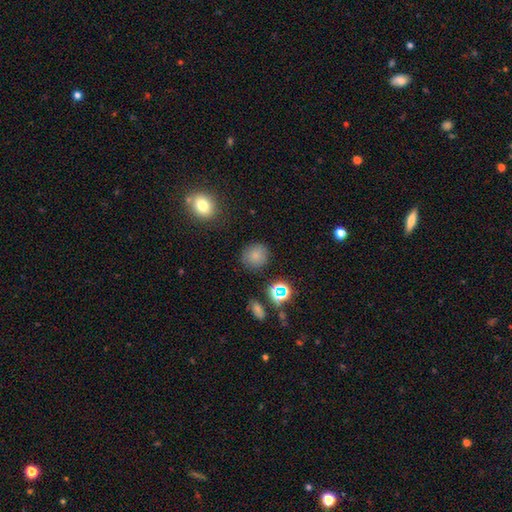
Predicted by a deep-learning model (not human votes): smooth_or_featured: smooth (p=0.78) [alt: star or artifact p=0.15]
how_rounded: round (p=0.88) [alt: in between p=0.11]
merging: none (p=0.84) [alt: minor disturbance p=0.10]